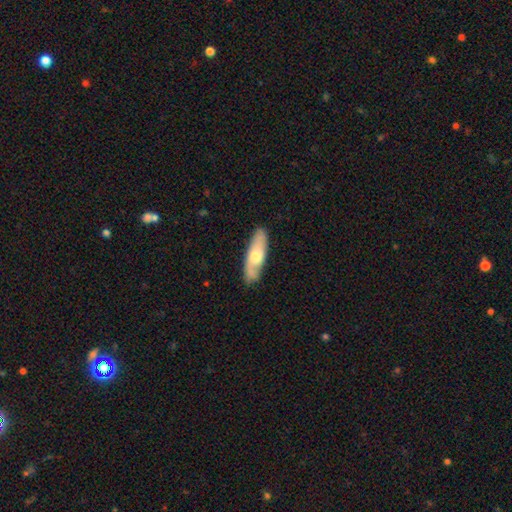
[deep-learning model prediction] Smooth or featured: smooth — 55% (featured or disk — 40%)
How rounded: cigar-shaped — 50% (in between — 48%)
Merging: none — 82% (minor disturbance — 14%)